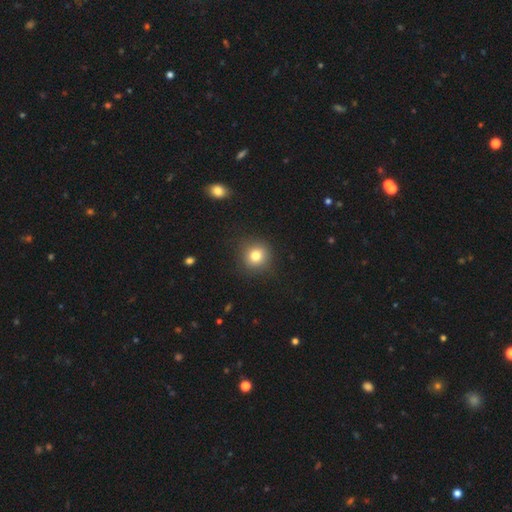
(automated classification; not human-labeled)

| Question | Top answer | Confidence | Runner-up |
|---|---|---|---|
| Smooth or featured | smooth | 80% | star or artifact (12%) |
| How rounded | round | 90% | in between (10%) |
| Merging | none | 87% | minor disturbance (9%) |